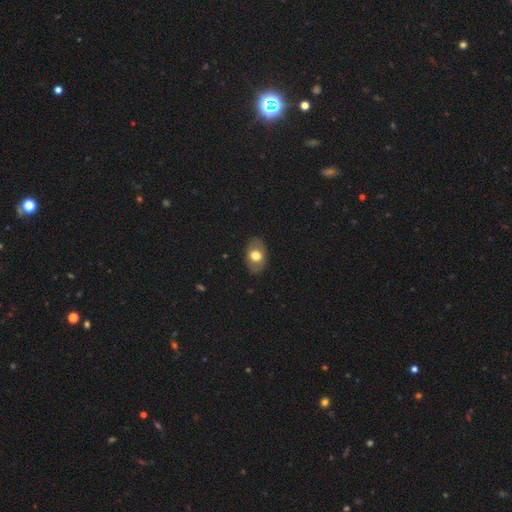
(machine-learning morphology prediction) Q: Smooth or featured?
A: smooth (62%); runner-up: featured or disk (31%)
Q: How rounded?
A: in between (82%); runner-up: round (17%)
Q: Merging?
A: none (84%); runner-up: minor disturbance (12%)